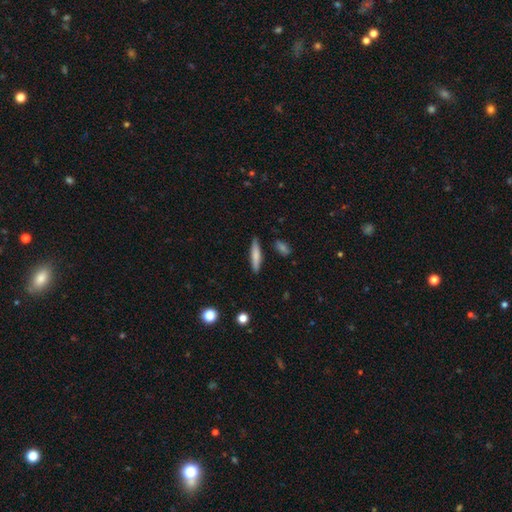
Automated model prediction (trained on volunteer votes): Smooth or featured: smooth — 74% (featured or disk — 19%)
How rounded: cigar-shaped — 85% (in between — 13%)
Merging: none — 86% (minor disturbance — 9%)